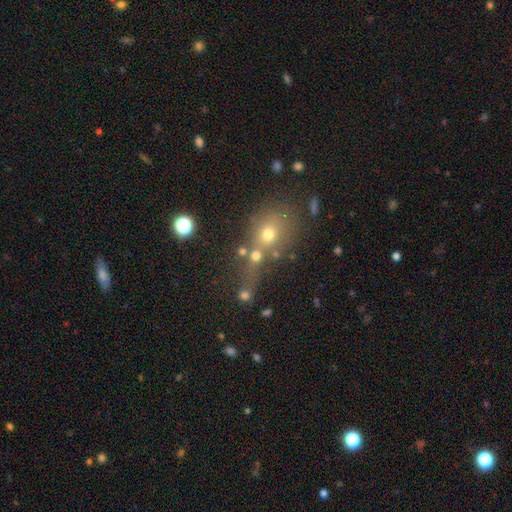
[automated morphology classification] This is likely a smooth galaxy (60%). How rounded: likely round (64%). Merging: marginally none (42%).